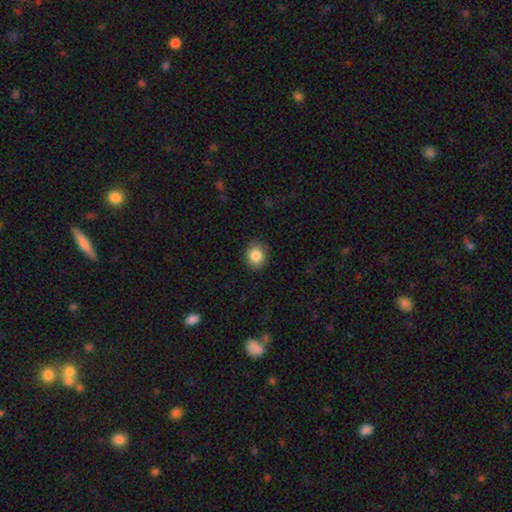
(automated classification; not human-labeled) Morphology: type=smooth (86%); roundness=round (77%); merging=none (88%).